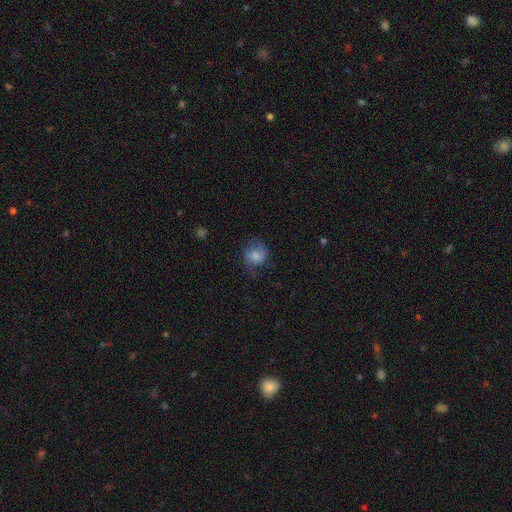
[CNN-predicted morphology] smooth 64%, featured or disk 27%, star or artifact 9%. Down the decision tree: how rounded — round (74%); merging — none (63%).